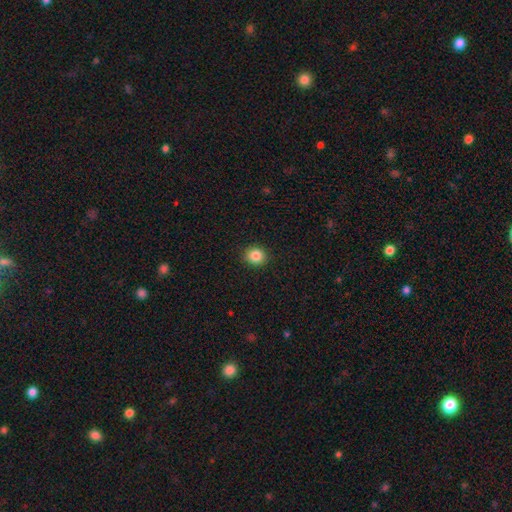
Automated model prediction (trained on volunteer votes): This appears to be a smooth galaxy with no disk features (85%) that is round (86%). Merging: none (91%).